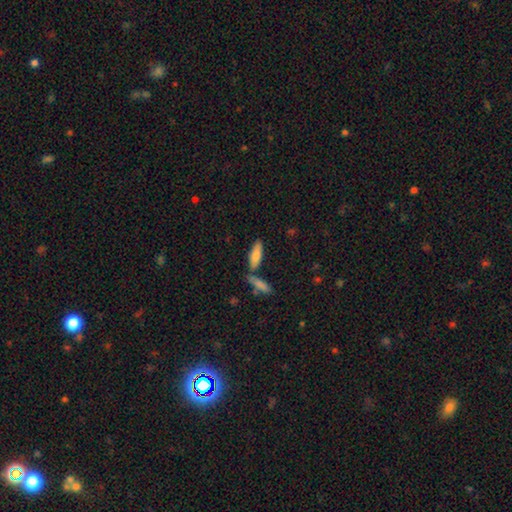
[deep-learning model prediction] Smooth or featured? Predicted: smooth (p=0.77). How rounded? Predicted: in between (p=0.52). Merging? Predicted: none (p=0.64).